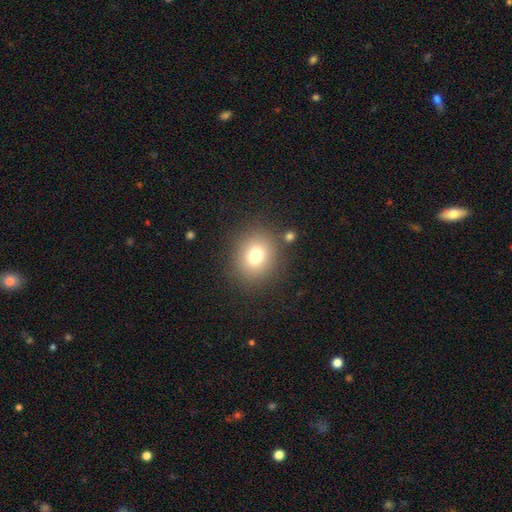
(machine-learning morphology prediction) Smooth or featured? Predicted: smooth (p=0.76). How rounded? Predicted: round (p=0.69). Merging? Predicted: none (p=0.82).